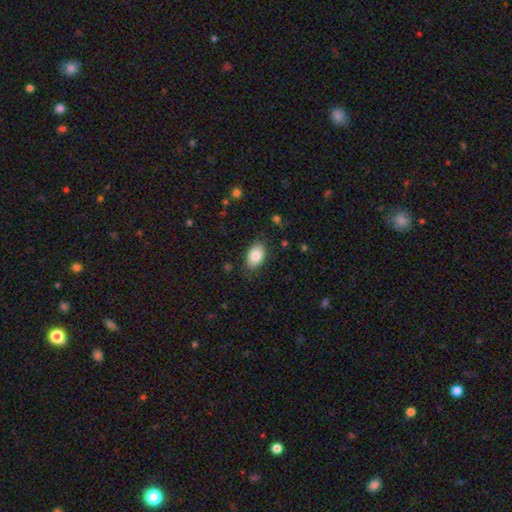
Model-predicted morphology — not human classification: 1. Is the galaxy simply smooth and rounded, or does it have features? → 84% smooth, 9% featured or disk, 7% star or artifact.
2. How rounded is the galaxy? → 89% in between, 9% round, 1% cigar-shaped.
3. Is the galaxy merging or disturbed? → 81% none, 15% minor disturbance, 3% major disturbance, 1% merger.